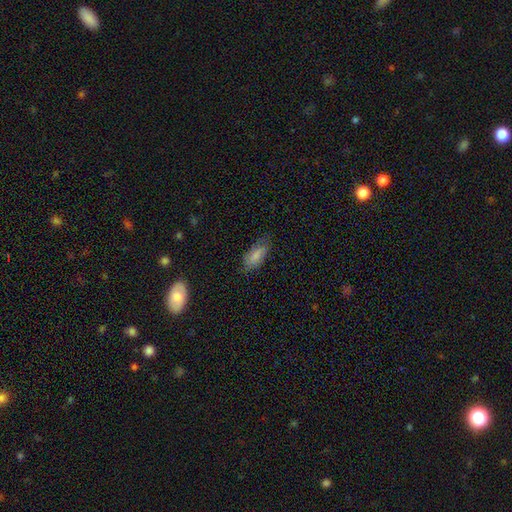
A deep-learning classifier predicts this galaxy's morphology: Smooth or featured? smooth (80%)
How rounded? in between (84%)
Merging? none (70%)